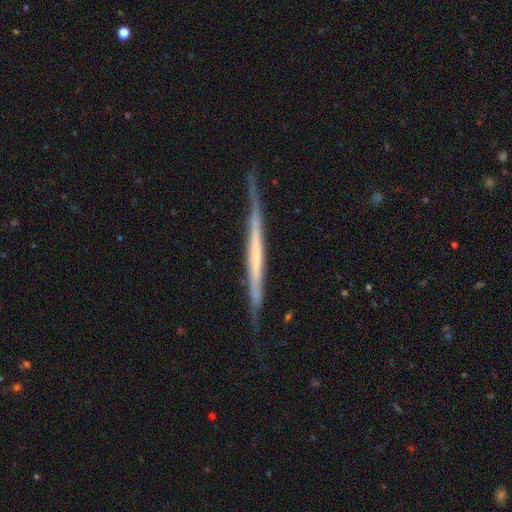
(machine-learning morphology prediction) A featured or disk galaxy (71%) viewed edge-on (96%) with no central bulge (82%).

Vote fractions:
- Smooth or featured? featured or disk: 71% / smooth: 24% / star or artifact: 5%
- Edge-on disk? yes: 96% / no: 4%
- Edge-on bulge? none: 82% / rounded: 10% / boxy: 8%
- Merging? none: 77% / minor disturbance: 18% / major disturbance: 3% / merger: 2%